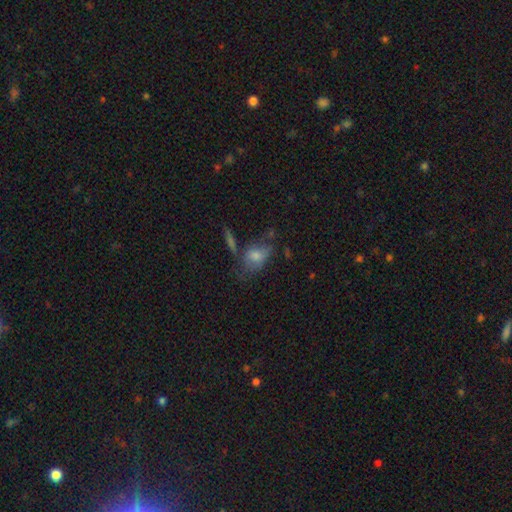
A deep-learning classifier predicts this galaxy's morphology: The model was most divided on "merging": none: 44%, minor disturbance: 24%, major disturbance: 16%, merger: 15%. More confident: how rounded — in between (80%); smooth or featured — smooth (64%).